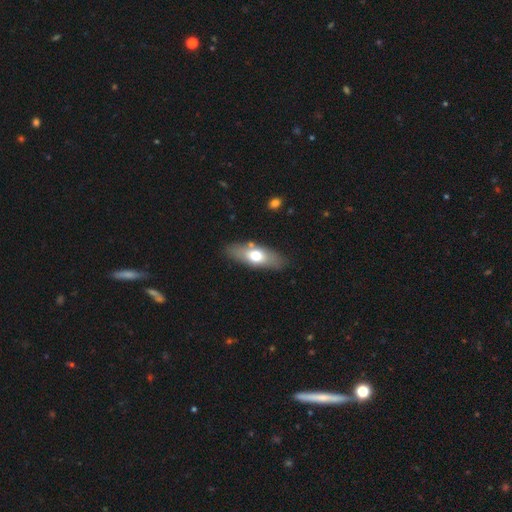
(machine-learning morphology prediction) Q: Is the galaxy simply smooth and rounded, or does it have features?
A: smooth — 59%.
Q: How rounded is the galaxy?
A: in between — 71%.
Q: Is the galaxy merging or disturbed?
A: none — 80%.